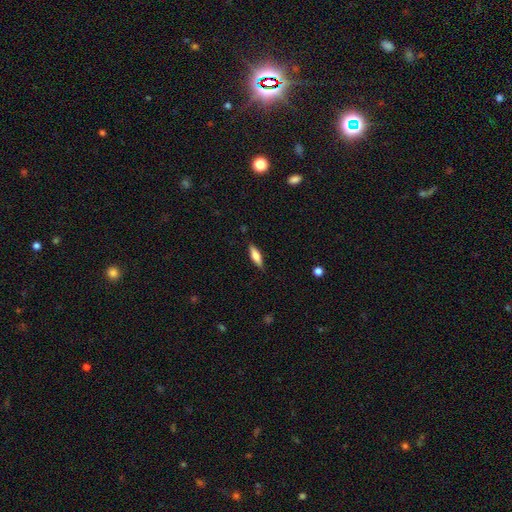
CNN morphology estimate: smooth 67%, featured or disk 27%, star or artifact 6%. Down the decision tree: how rounded — cigar-shaped (55%); merging — none (86%).